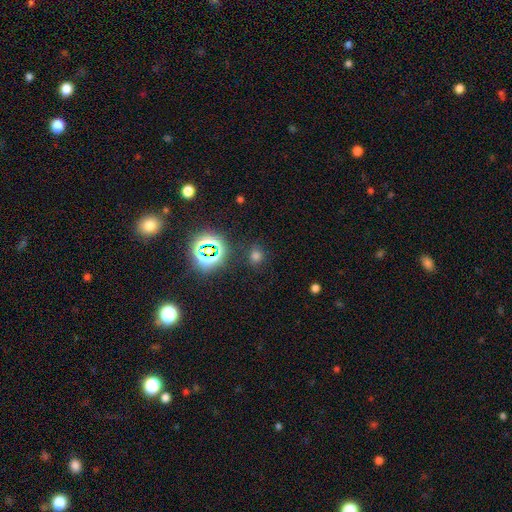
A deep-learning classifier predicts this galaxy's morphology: smooth-or-featured: smooth: 62% | star or artifact: 32% | featured or disk: 6%
  how-rounded: round: 77% | in between: 22% | cigar-shaped: 1%
  merging: none: 81% | minor disturbance: 11% | major disturbance: 4% | merger: 3%